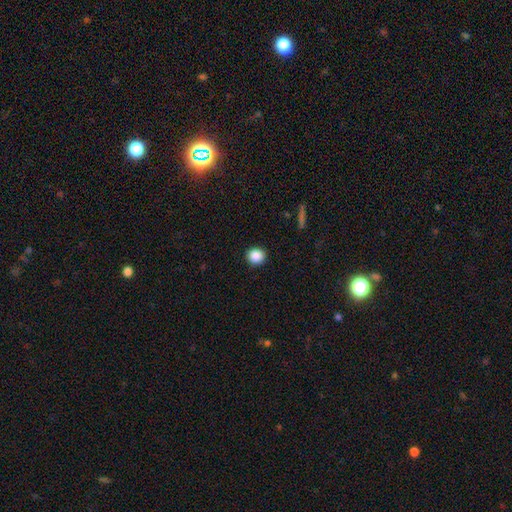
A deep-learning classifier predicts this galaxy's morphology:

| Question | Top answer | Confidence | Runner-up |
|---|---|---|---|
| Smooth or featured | smooth | 88% | star or artifact (9%) |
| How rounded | round | 90% | in between (9%) |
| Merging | none | 92% | minor disturbance (6%) |